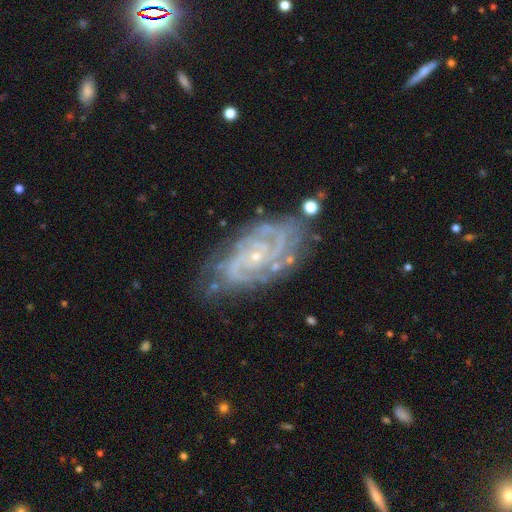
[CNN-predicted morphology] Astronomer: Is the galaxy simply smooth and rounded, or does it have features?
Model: featured or disk — 89%.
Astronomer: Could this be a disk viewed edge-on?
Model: no — 96%.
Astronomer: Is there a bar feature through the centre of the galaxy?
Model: no — 70%.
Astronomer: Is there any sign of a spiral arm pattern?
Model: yes — 98%.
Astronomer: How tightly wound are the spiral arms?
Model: tight — 68%.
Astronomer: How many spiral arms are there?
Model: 2 — 35% (runner-up: 3, 22%).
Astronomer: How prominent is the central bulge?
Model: small — 83%.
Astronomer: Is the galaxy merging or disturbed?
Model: none — 69%.